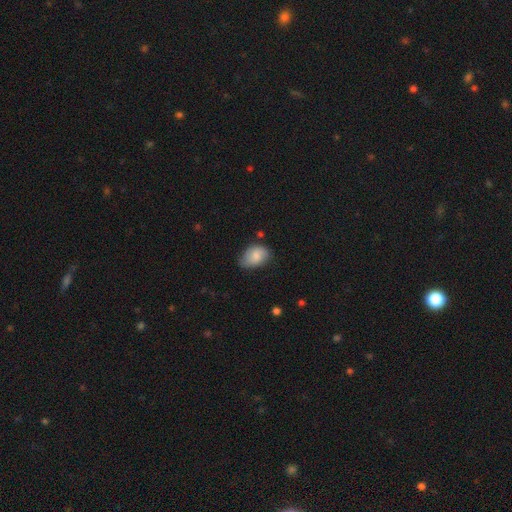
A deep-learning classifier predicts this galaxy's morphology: This is likely a smooth galaxy (78%). How rounded: clearly in between (82%). Merging: possibly none (56%).